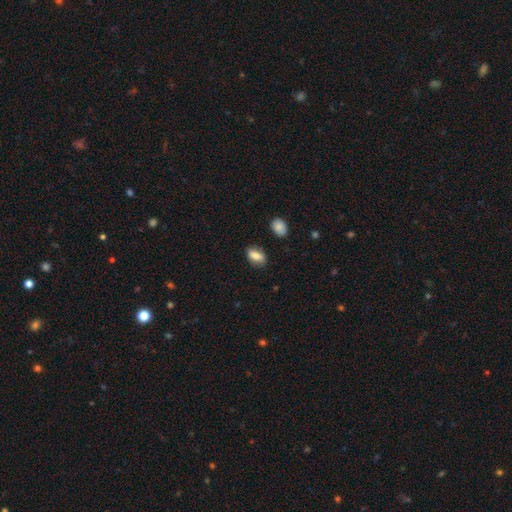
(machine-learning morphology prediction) Smooth or featured: smooth — 79% (featured or disk — 13%)
How rounded: in between — 86% (round — 9%)
Merging: none — 80% (minor disturbance — 14%)